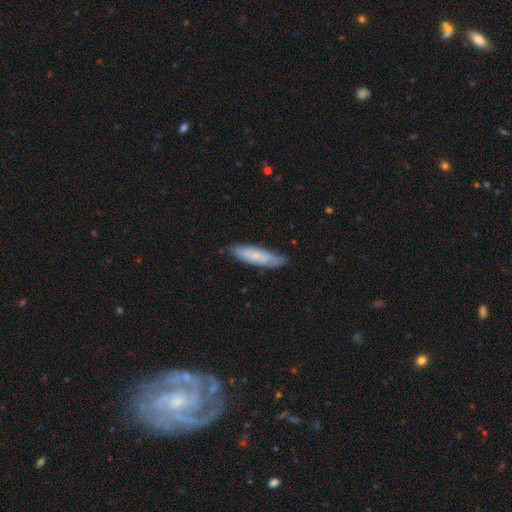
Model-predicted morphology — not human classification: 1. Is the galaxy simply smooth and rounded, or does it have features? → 62% smooth, 32% featured or disk, 6% star or artifact.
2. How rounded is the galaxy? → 60% cigar-shaped, 38% in between, 2% round.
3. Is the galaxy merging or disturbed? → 76% none, 19% minor disturbance, 3% major disturbance, 2% merger.